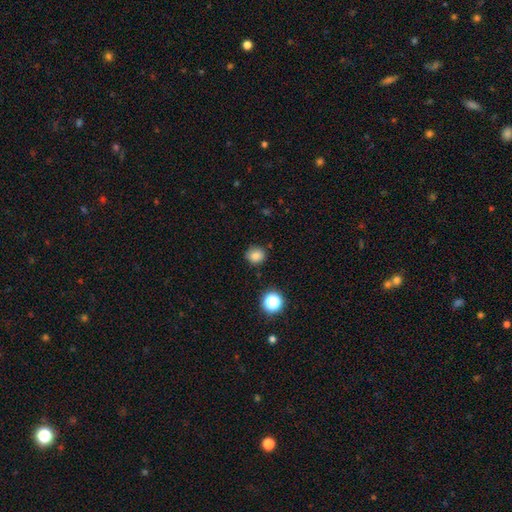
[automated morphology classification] A smooth galaxy with no disk features (82%) that is round (84%). Merging: none (84%).